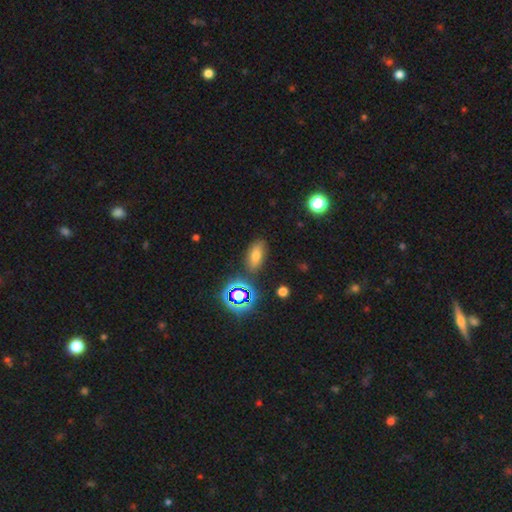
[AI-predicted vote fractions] Q: Smooth or featured?
A: smooth (64%); runner-up: star or artifact (24%)
Q: How rounded?
A: in between (81%); runner-up: round (10%)
Q: Merging?
A: none (83%); runner-up: minor disturbance (10%)